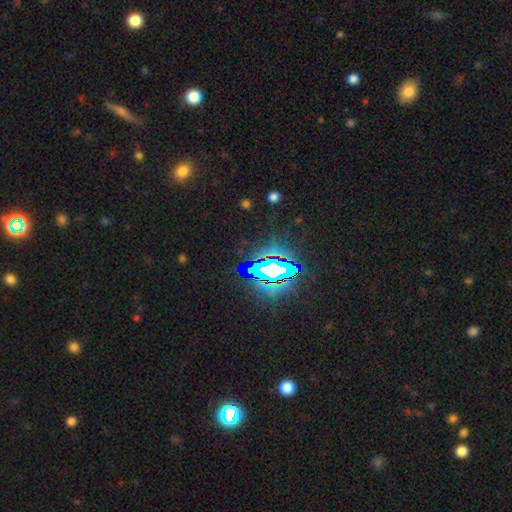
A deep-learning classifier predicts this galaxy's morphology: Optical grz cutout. It shows a star or artifact, not a galaxy (79%).